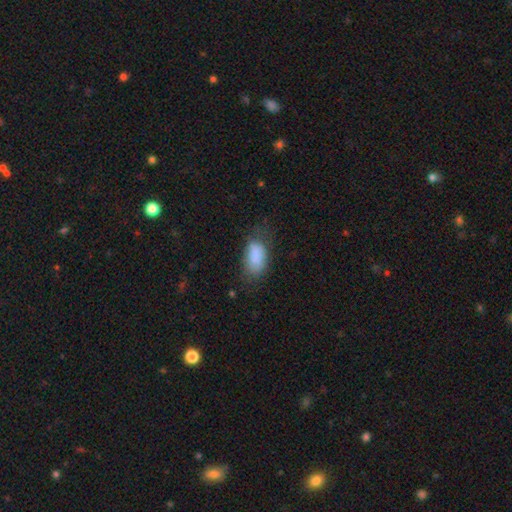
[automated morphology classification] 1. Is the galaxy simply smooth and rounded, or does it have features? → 83% smooth, 9% featured or disk, 8% star or artifact.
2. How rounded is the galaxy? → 92% in between, 5% round, 3% cigar-shaped.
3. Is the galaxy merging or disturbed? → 54% none, 29% minor disturbance, 16% major disturbance, 2% merger.